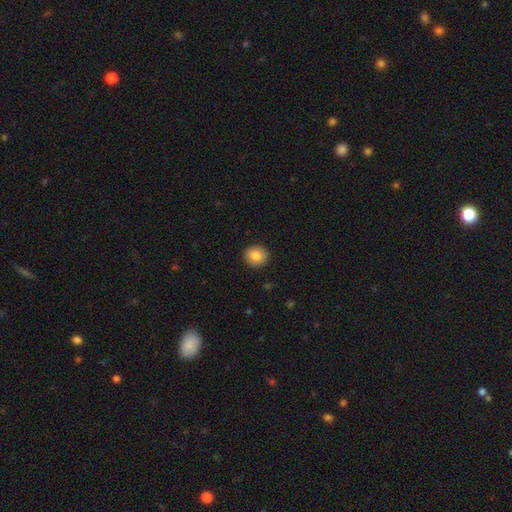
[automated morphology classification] Smooth or featured: smooth — 84% (featured or disk — 8%)
How rounded: round — 86% (in between — 13%)
Merging: none — 91% (minor disturbance — 6%)